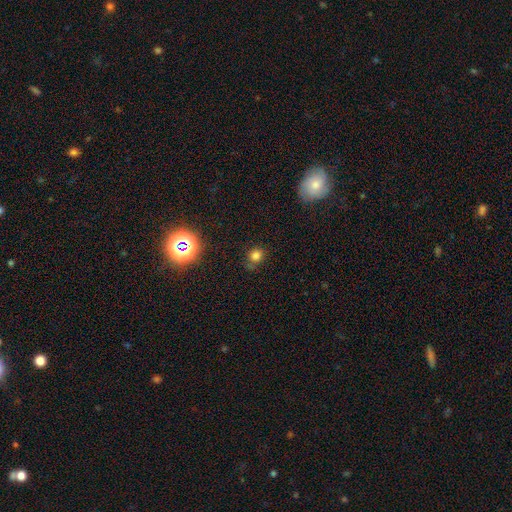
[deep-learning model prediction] A smooth galaxy with no disk features (74%) that is round (80%).

Vote fractions:
- Smooth or featured? smooth: 74% / star or artifact: 20% / featured or disk: 6%
- How rounded? round: 80% / in between: 19% / cigar-shaped: 1%
- Merging? none: 74% / minor disturbance: 17% / major disturbance: 5% / merger: 4%